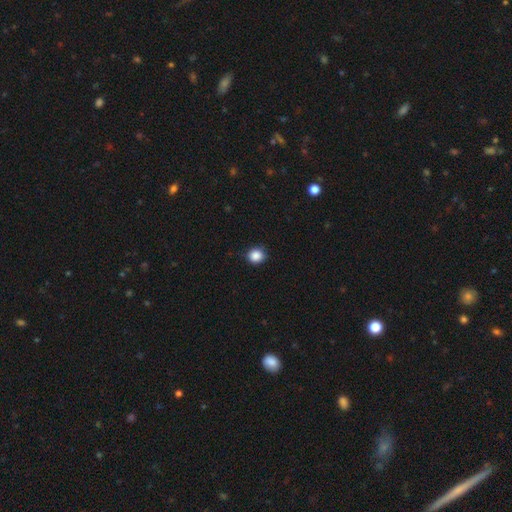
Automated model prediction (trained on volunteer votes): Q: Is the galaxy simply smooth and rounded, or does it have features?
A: smooth — 87%.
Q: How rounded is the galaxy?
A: round — 84%.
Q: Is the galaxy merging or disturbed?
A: none — 87%.